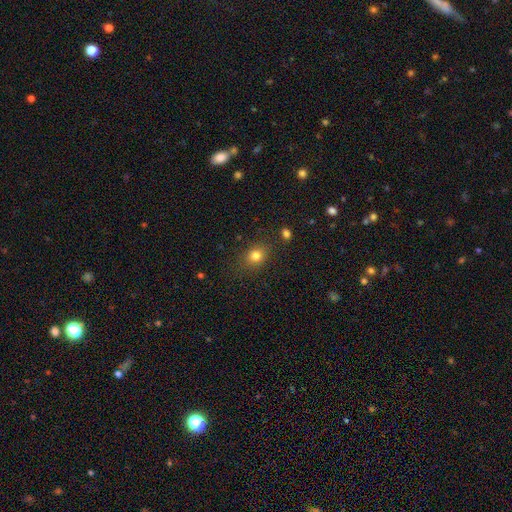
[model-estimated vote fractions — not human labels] Smooth or featured?
  - smooth: 80% *
  - star or artifact: 13%
  - featured or disk: 7%
How rounded?
  - round: 56% *
  - in between: 42%
  - cigar-shaped: 1%
Merging?
  - none: 81% *
  - minor disturbance: 12%
  - major disturbance: 4%
  - merger: 3%